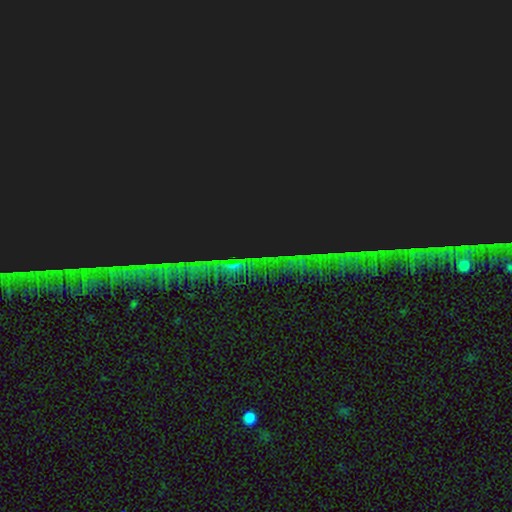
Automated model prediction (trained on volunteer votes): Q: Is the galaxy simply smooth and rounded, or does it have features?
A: star or artifact — 80%.